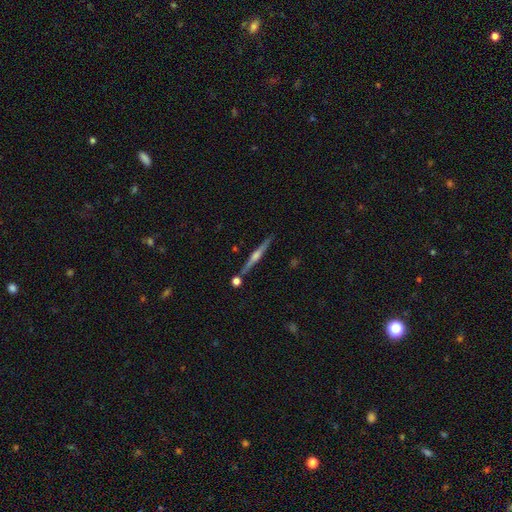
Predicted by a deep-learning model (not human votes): The model was most divided on "smooth or featured": featured or disk: 79%, smooth: 15%, star or artifact: 7%. More confident: edge-on disk — yes (98%); merging — none (86%); edge-on bulge — rounded (83%).